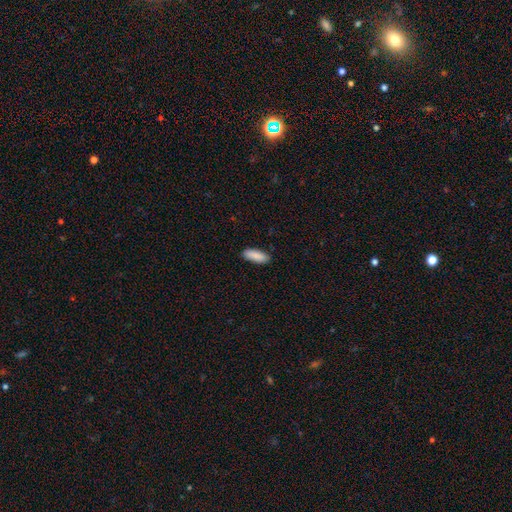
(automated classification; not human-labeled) Smooth or featured?
  - smooth: 90% *
  - star or artifact: 6%
  - featured or disk: 4%
How rounded?
  - in between: 69% *
  - cigar-shaped: 29%
  - round: 2%
Merging?
  - none: 88% *
  - minor disturbance: 9%
  - major disturbance: 2%
  - merger: 1%